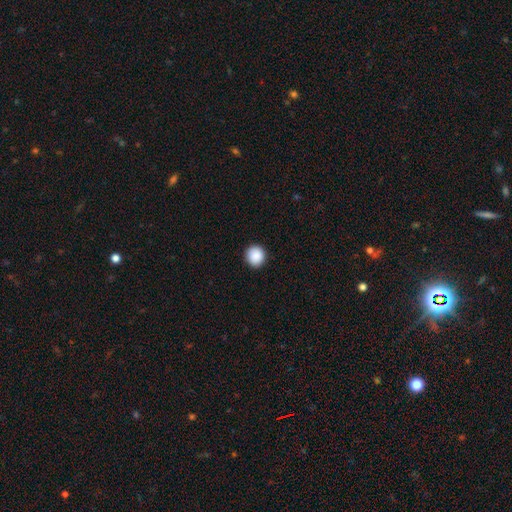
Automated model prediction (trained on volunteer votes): smooth 90%, star or artifact 8%, featured or disk 2%. Down the decision tree: how rounded — round (92%); merging — none (92%).